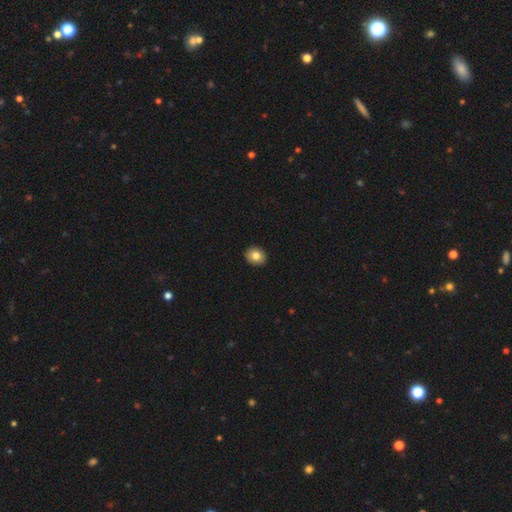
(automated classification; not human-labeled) This appears to be a smooth galaxy with no disk features (82%) that is round (59%). Merging: none (91%).